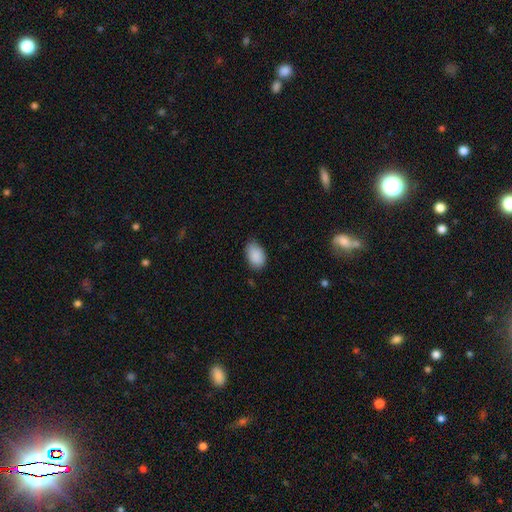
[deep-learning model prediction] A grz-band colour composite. It shows a smooth galaxy with no disk features (90%) that is in between round and cigar-shaped (90%). Merging: none (73%).